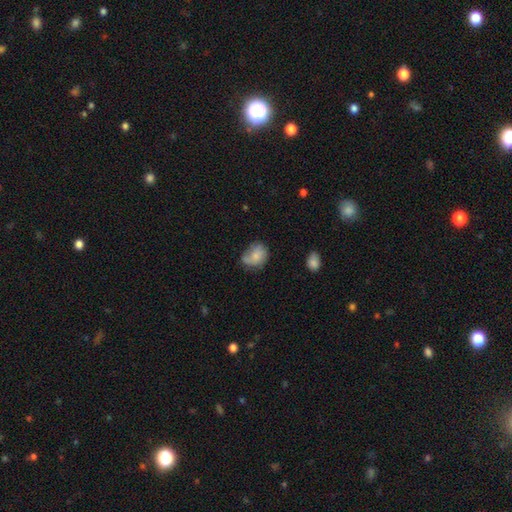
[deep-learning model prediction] smooth 63%, featured or disk 29%, star or artifact 8%. Down the decision tree: how rounded — in between (54%); merging — none (47%).